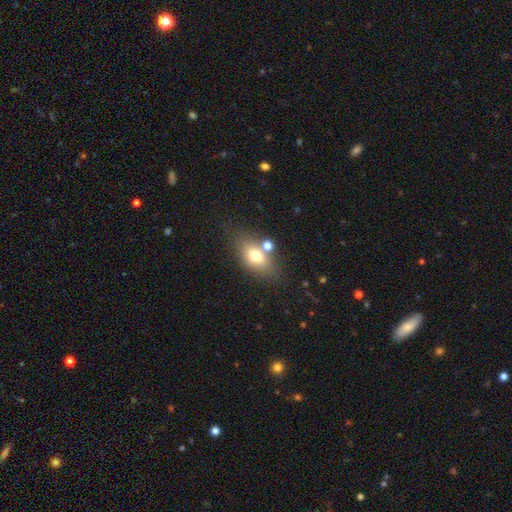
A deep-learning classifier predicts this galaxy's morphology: A smooth galaxy with no disk features (70%) that is in between round and cigar-shaped (77%). Merging: none (64%).